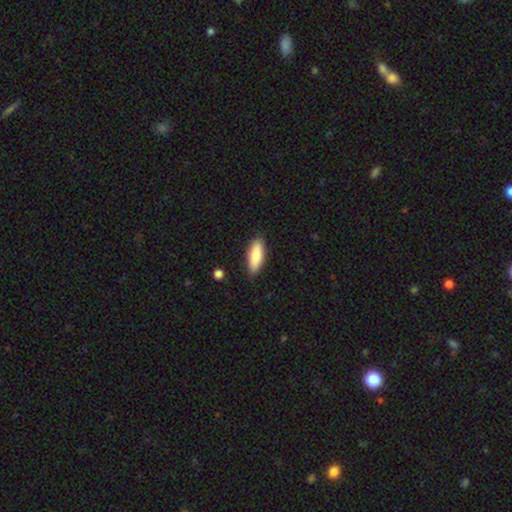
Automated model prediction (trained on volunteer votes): Overall: smooth (84%). How rounded: in between (59%; cigar-shaped 40%). Merging: none (86%).